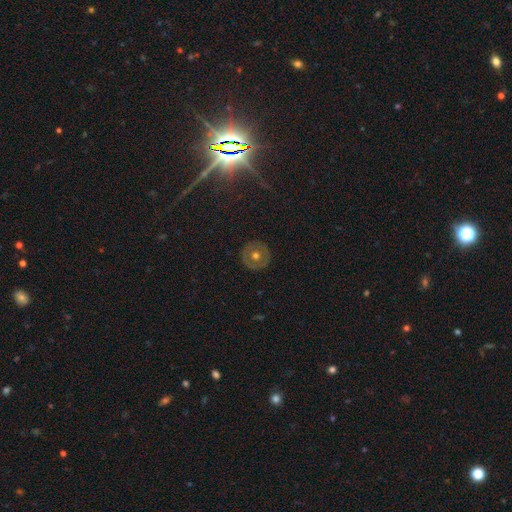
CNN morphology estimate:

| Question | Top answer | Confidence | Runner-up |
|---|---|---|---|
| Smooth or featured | smooth | 48% | featured or disk (43%) |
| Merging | none | 89% | minor disturbance (8%) |